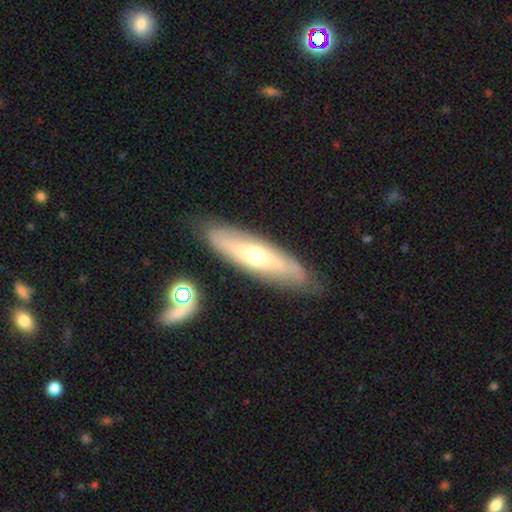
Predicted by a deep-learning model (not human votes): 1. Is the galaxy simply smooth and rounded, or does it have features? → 59% featured or disk, 34% smooth, 7% star or artifact.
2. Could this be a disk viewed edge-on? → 54% no, 46% yes.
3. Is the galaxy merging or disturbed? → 80% none, 14% minor disturbance, 4% major disturbance, 3% merger.